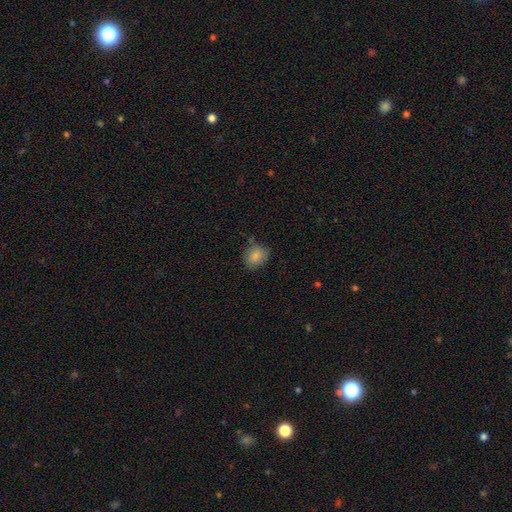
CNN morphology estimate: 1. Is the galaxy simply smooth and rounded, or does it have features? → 84% smooth, 9% star or artifact, 7% featured or disk.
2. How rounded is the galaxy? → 58% round, 41% in between, 1% cigar-shaped.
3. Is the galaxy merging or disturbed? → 66% none, 25% minor disturbance, 6% major disturbance, 3% merger.